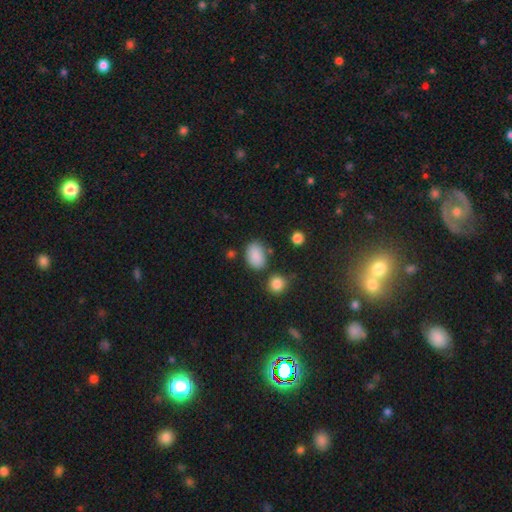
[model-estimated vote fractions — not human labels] Morphology: type=smooth (86%); roundness=in between (83%); merging=none (71%).